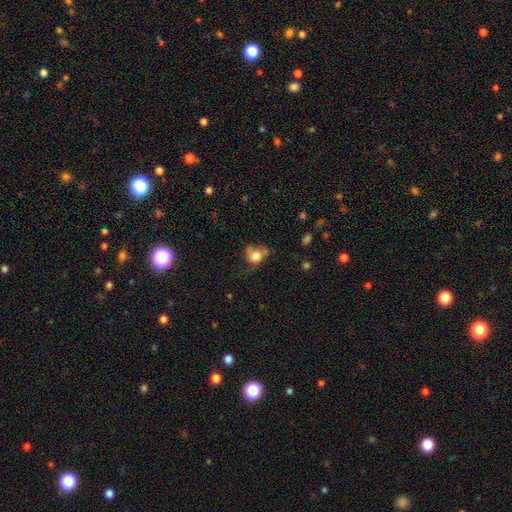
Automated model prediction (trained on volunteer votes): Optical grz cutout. It shows a smooth galaxy with no disk features (75%) that is round (56%). Merging: none (34%).